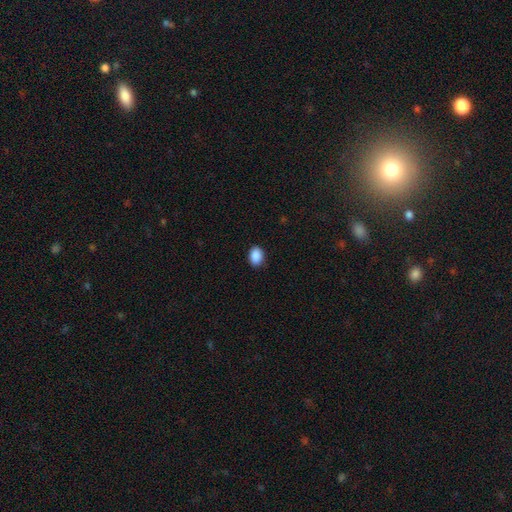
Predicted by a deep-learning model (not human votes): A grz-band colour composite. It shows a smooth galaxy with no disk features (90%) that is in between round and cigar-shaped (77%). Merging: none (87%).